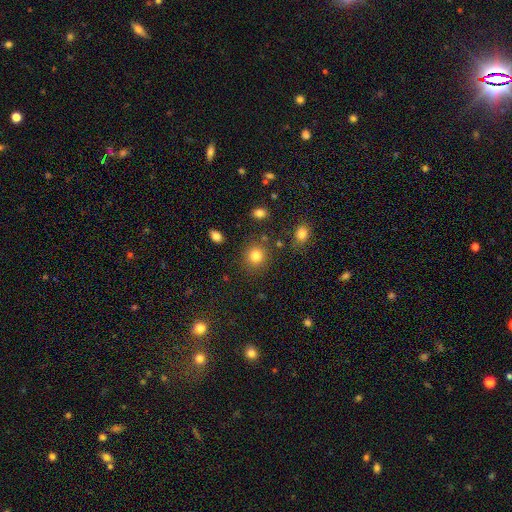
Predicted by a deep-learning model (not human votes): smooth 82%, star or artifact 12%, featured or disk 6%. Down the decision tree: how rounded — round (87%); merging — none (84%).